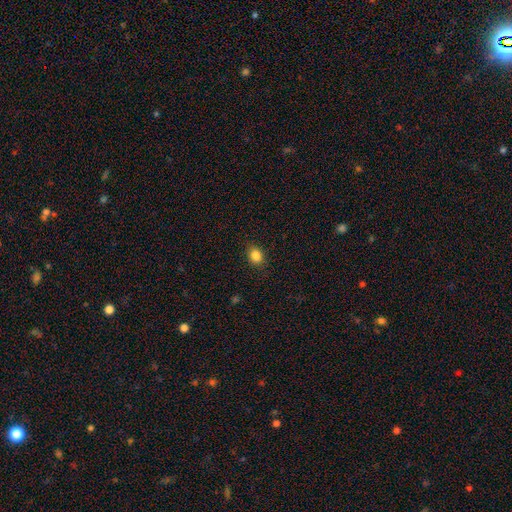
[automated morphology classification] Smooth or featured? Predicted: smooth (p=0.85). How rounded? Predicted: in between (p=0.52). Merging? Predicted: none (p=0.88).